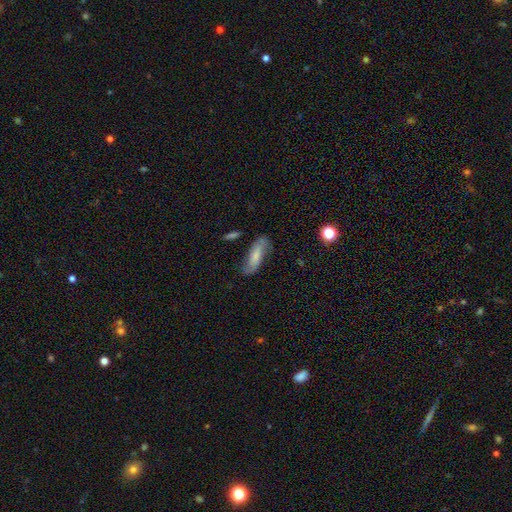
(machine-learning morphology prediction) Smooth or featured?
  - smooth: 50% *
  - featured or disk: 42%
  - star or artifact: 7%
How rounded?
  - in between: 55% *
  - cigar-shaped: 42%
  - round: 3%
Merging?
  - none: 68% *
  - minor disturbance: 22%
  - major disturbance: 7%
  - merger: 3%